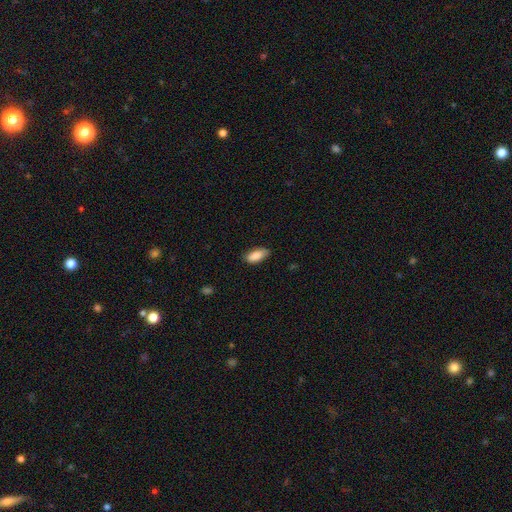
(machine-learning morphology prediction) smooth_or_featured: smooth (p=0.88) [alt: star or artifact p=0.06]
how_rounded: in between (p=0.88) [alt: cigar-shaped p=0.10]
merging: none (p=0.78) [alt: minor disturbance p=0.18]